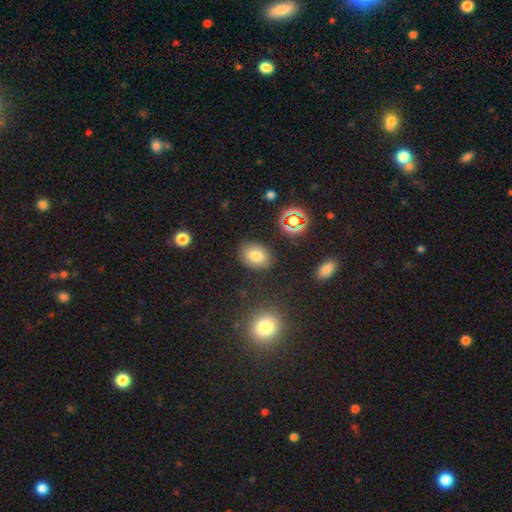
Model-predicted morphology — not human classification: Smooth or featured?
  - smooth: 77% *
  - star or artifact: 12%
  - featured or disk: 11%
How rounded?
  - in between: 70% *
  - round: 29%
  - cigar-shaped: 1%
Merging?
  - none: 85% *
  - minor disturbance: 10%
  - major disturbance: 3%
  - merger: 2%